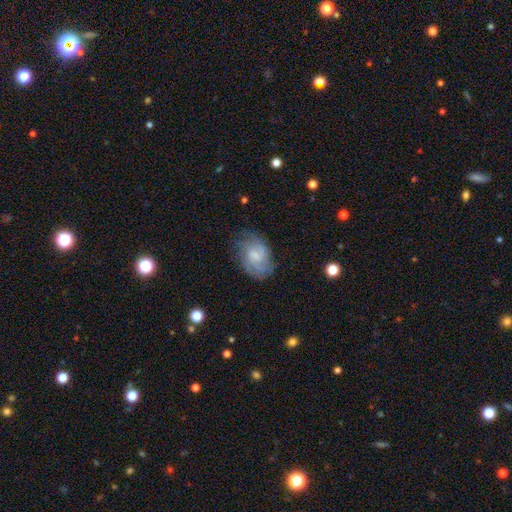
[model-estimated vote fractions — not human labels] Smooth or featured? Predicted: featured or disk (p=0.63). Edge-on disk? Predicted: no (p=0.97). Bar? Predicted: weak (p=0.52). Spiral arms? Predicted: yes (p=0.86). Spiral winding? Predicted: tight (p=0.43). Spiral arm count? Predicted: can't tell (p=0.42). Bulge size? Predicted: small (p=0.40). Merging? Predicted: none (p=0.67).